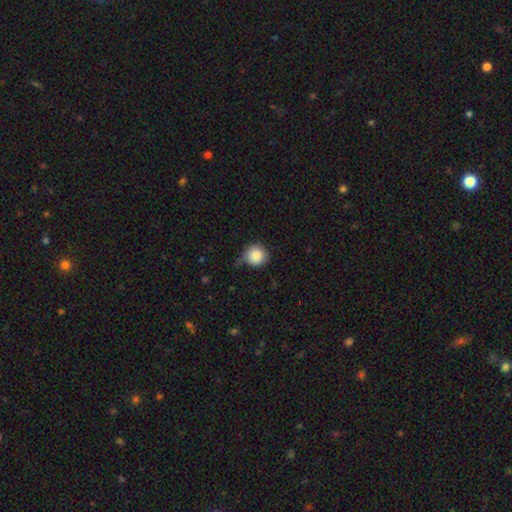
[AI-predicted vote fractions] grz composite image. It shows a smooth galaxy with no disk features (87%) that is round (93%). Merging: none (58%).